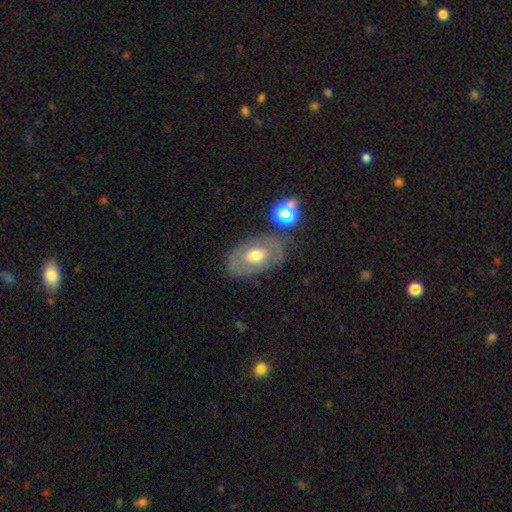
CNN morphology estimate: Smooth or featured? featured or disk (52%)
Edge-on disk? no (92%)
Merging? none (72%)